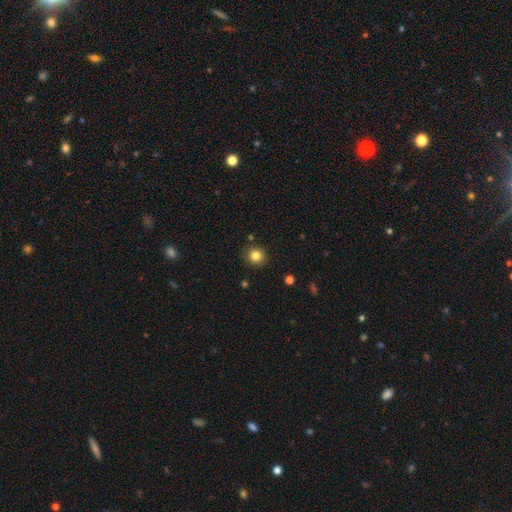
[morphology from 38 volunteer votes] This is clearly a smooth galaxy (82%). How rounded: clearly round (81%). Merging: clearly none (91%).